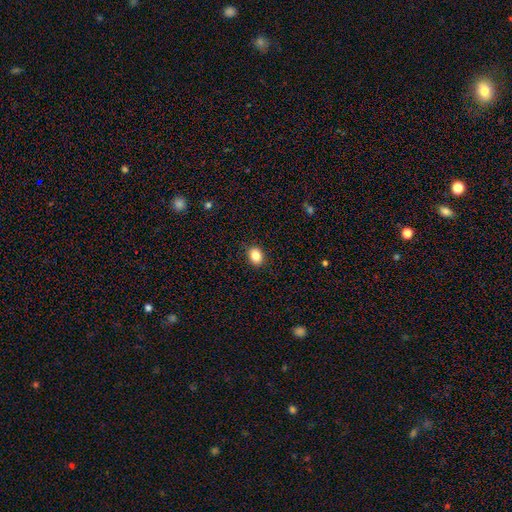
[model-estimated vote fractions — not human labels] A smooth galaxy with no disk features (85%) that is in between round and cigar-shaped (57%).

Vote fractions:
- Smooth or featured? smooth: 85% / star or artifact: 10% / featured or disk: 5%
- How rounded? in between: 57% / round: 42% / cigar-shaped: 1%
- Merging? none: 89% / minor disturbance: 8% / major disturbance: 2% / merger: 1%